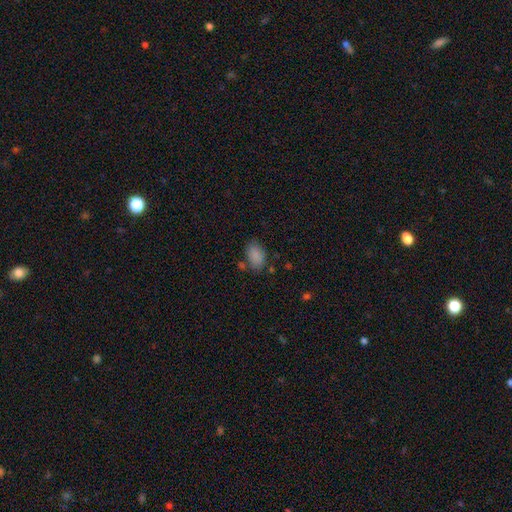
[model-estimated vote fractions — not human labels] Smooth or featured? Predicted: smooth (p=0.86). How rounded? Predicted: in between (p=0.86). Merging? Predicted: none (p=0.70).